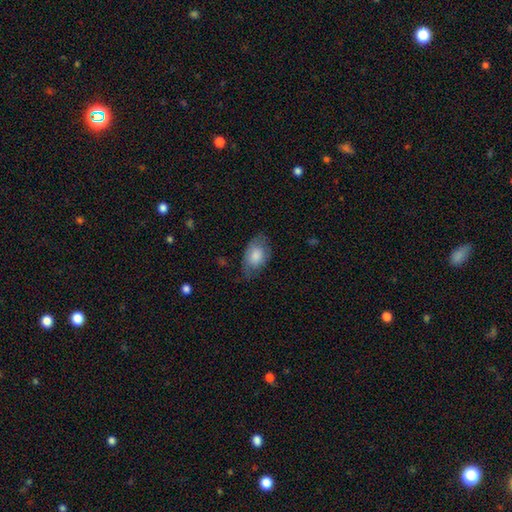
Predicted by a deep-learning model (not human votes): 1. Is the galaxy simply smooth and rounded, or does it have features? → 79% smooth, 15% featured or disk, 6% star or artifact.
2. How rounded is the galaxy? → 90% in between, 9% round, 1% cigar-shaped.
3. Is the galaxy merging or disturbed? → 60% none, 29% minor disturbance, 9% major disturbance, 1% merger.